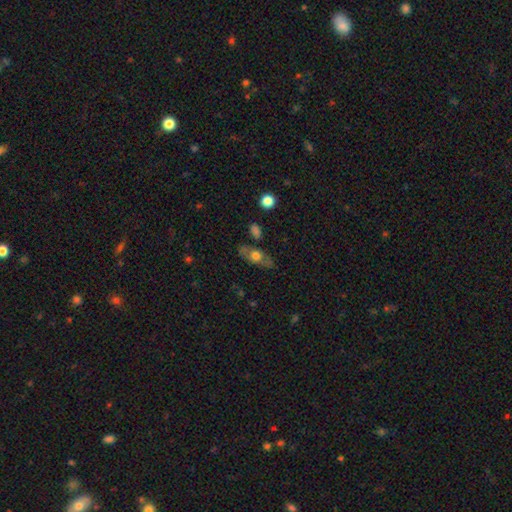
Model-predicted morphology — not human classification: A featured or disk galaxy (47%).

Vote fractions:
- Smooth or featured? featured or disk: 47% / smooth: 45% / star or artifact: 7%
- Merging? none: 75% / minor disturbance: 16% / major disturbance: 5% / merger: 4%